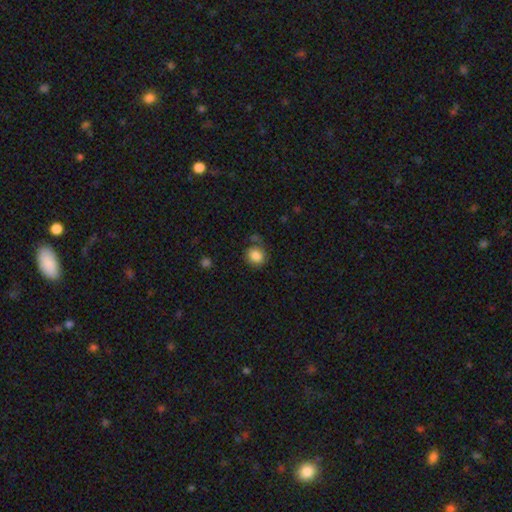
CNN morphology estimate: Smooth or featured?
  - smooth: 83% *
  - featured or disk: 9%
  - star or artifact: 8%
How rounded?
  - round: 72% *
  - in between: 27%
  - cigar-shaped: 1%
Merging?
  - none: 60% *
  - minor disturbance: 22%
  - major disturbance: 12%
  - merger: 6%